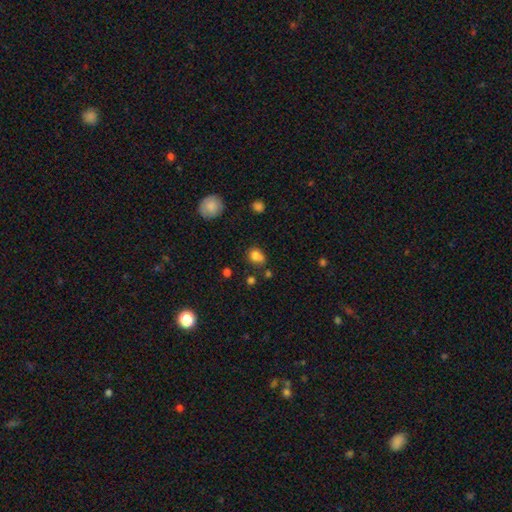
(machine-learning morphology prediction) smooth 78%, star or artifact 13%, featured or disk 8%. Down the decision tree: how rounded — round (62%); merging — none (51%).